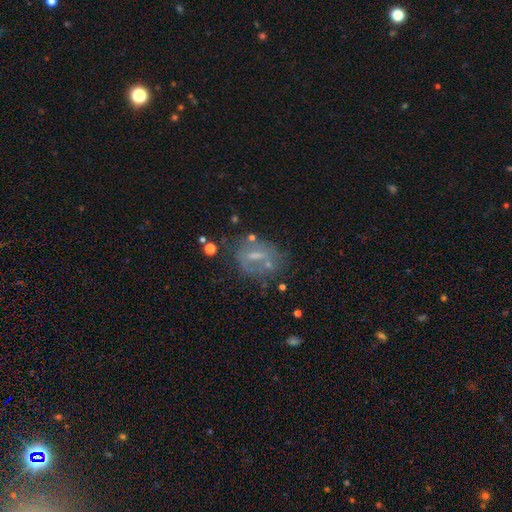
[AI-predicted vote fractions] A featured or disk galaxy (55%) with a weak bar (43%), no spiral arms (63%) and a small central bulge (43%). Merging: none (51%).